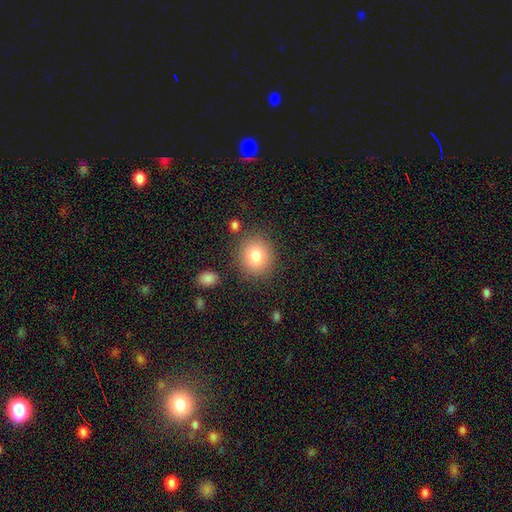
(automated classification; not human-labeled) Smooth or featured? smooth (82%)
How rounded? round (81%)
Merging? none (83%)